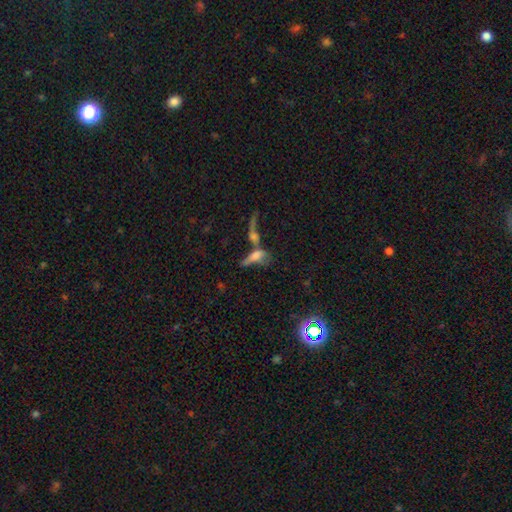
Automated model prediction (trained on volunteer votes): Morphology: type=smooth (50%); roundness=in between (63%); merging=merger (62%).